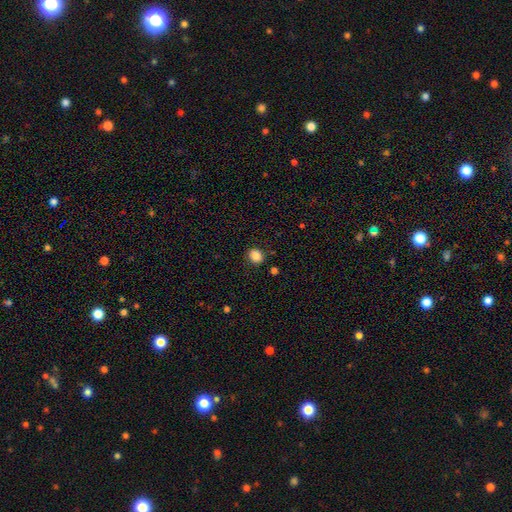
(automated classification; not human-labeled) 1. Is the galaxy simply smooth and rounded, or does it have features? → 85% smooth, 10% star or artifact, 5% featured or disk.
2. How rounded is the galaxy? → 68% round, 31% in between, 1% cigar-shaped.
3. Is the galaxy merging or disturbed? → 87% none, 8% minor disturbance, 2% major disturbance, 2% merger.